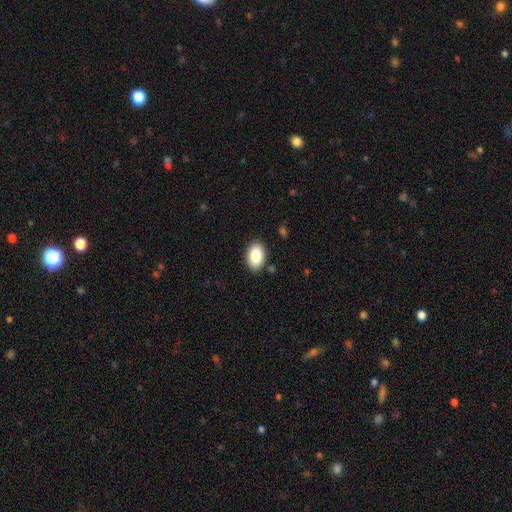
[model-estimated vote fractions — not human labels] Q: Smooth or featured?
A: smooth (85%); runner-up: featured or disk (7%)
Q: How rounded?
A: in between (89%); runner-up: round (9%)
Q: Merging?
A: none (87%); runner-up: minor disturbance (9%)